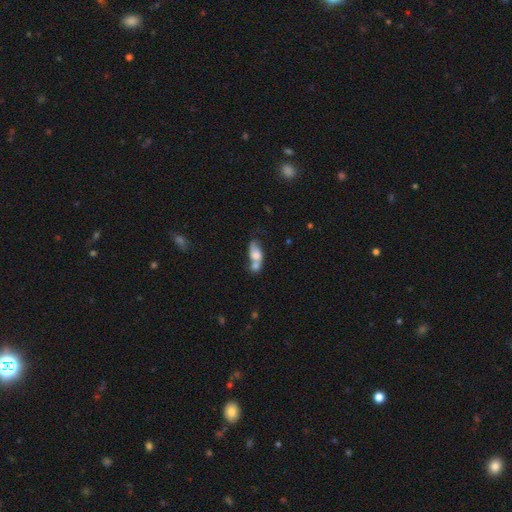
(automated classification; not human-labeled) smooth 61%, featured or disk 30%, star or artifact 9%. Down the decision tree: how rounded — in between (78%); merging — merger (61%).